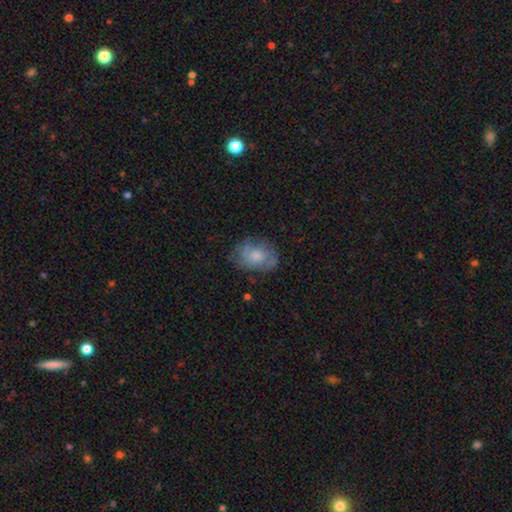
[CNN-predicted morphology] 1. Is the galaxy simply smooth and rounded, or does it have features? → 53% smooth, 38% featured or disk, 8% star or artifact.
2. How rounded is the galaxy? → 72% in between, 27% round, 1% cigar-shaped.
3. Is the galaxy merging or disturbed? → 65% none, 24% minor disturbance, 10% major disturbance, 2% merger.